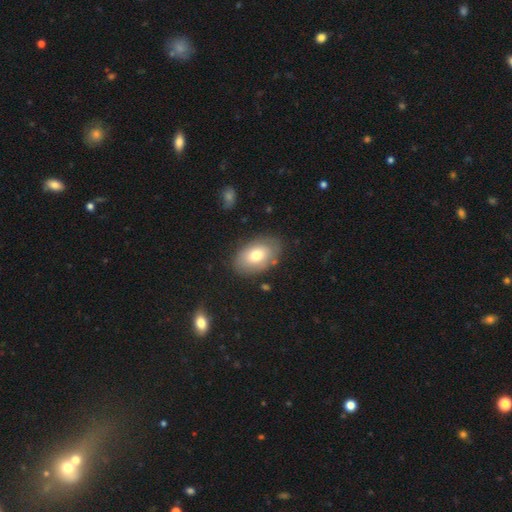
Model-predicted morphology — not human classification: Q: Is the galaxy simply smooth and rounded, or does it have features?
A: smooth — 71%.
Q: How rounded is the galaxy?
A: in between — 89%.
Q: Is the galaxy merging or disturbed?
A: none — 80%.